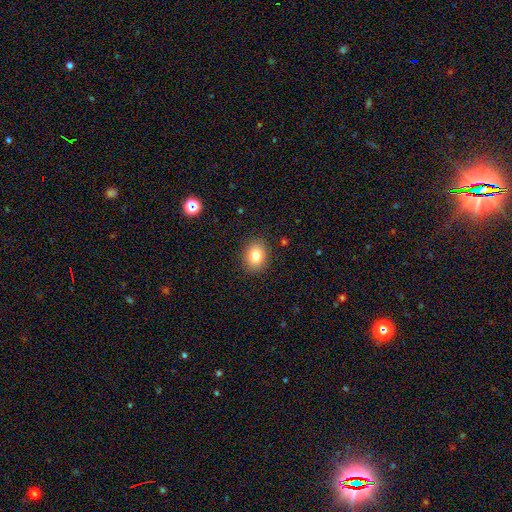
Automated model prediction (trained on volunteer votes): This appears to be a smooth galaxy with no disk features (82%) that is round (50%). Merging: none (88%).